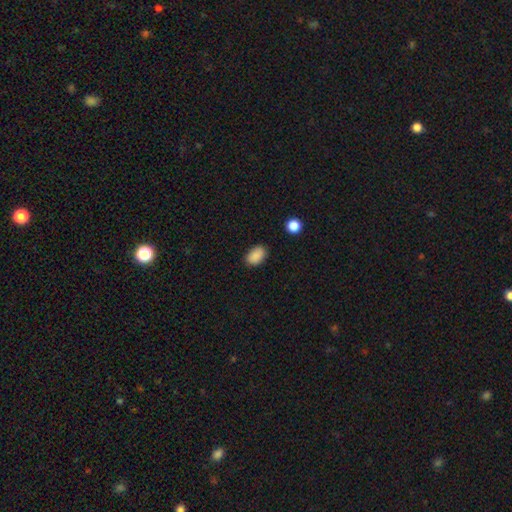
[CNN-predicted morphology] Smooth or featured? Predicted: smooth (p=0.88). How rounded? Predicted: in between (p=0.87). Merging? Predicted: none (p=0.84).